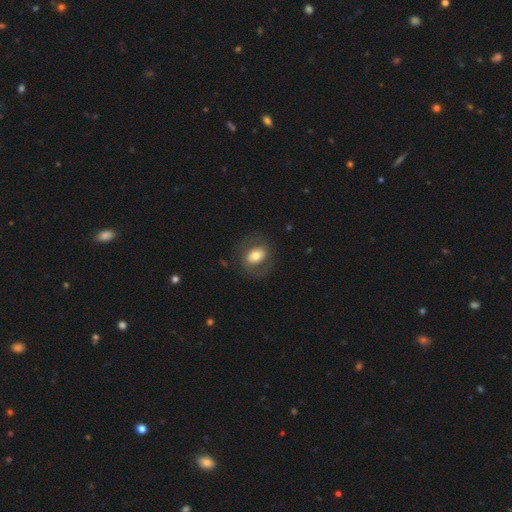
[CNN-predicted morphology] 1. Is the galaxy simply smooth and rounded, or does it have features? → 58% smooth, 35% featured or disk, 7% star or artifact.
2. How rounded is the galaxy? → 62% in between, 37% round, 1% cigar-shaped.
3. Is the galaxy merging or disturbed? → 73% none, 14% minor disturbance, 11% major disturbance, 1% merger.